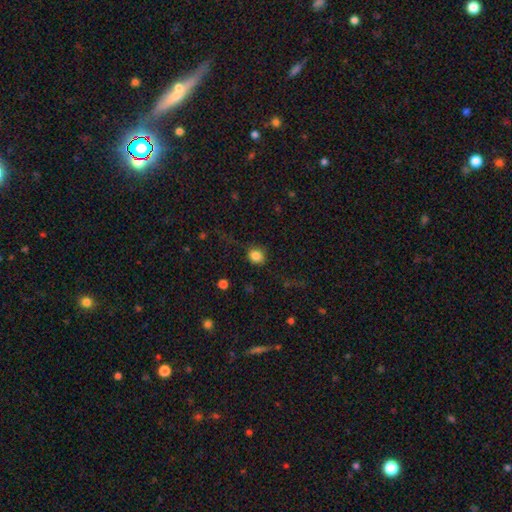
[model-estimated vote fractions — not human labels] A smooth galaxy with no disk features (84%) that is round (78%). Merging: none (79%).